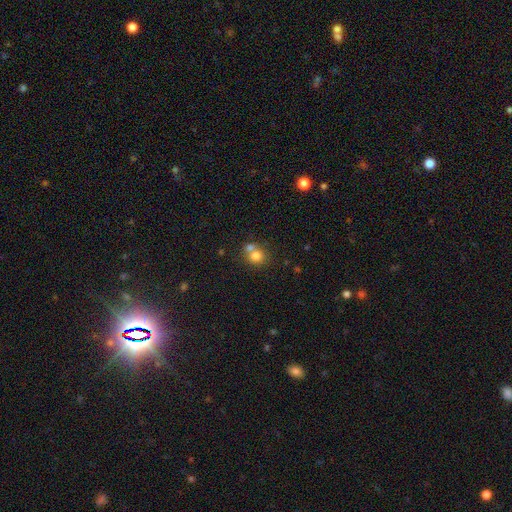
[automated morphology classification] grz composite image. It shows a smooth galaxy with no disk features (77%) that is round (81%). Merging: merger (45%).